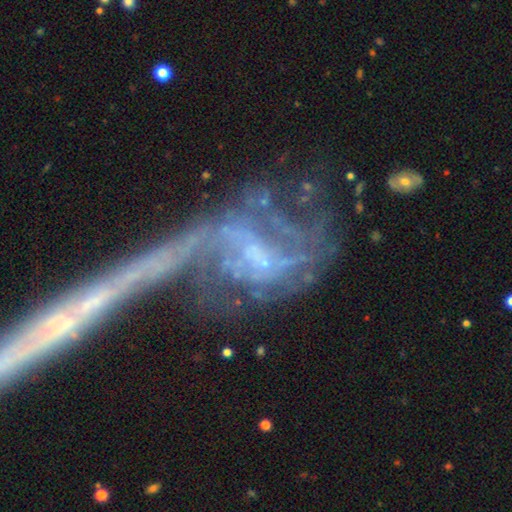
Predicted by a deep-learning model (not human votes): Overall: featured or disk (75%). Edge-on disk: no (92%). Bar: no (56%; weak 28%). Spiral arms: yes (64%; no 36%). Bulge size: none (51%; small 31%). Merging: merger (43%; major disturbance 27%).